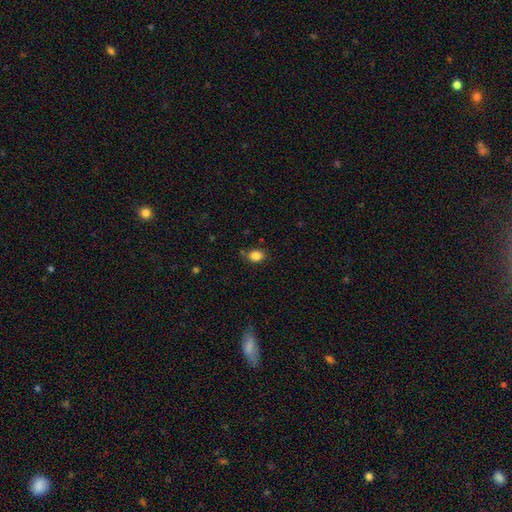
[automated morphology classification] type=smooth (85%); roundness=in between (66%); merging=none (76%).